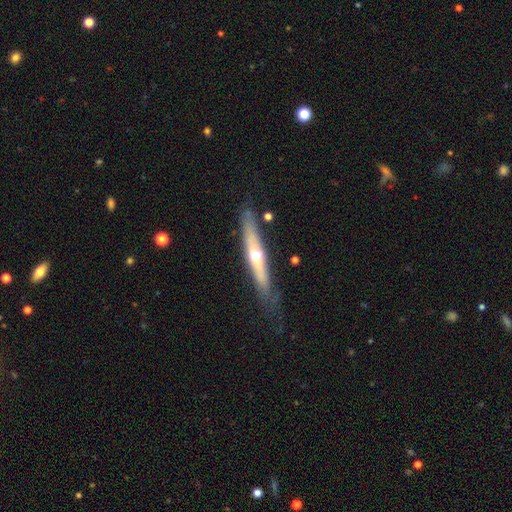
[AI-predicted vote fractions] Smooth or featured? Predicted: featured or disk (p=0.58). Edge-on disk? Predicted: yes (p=0.82). Merging? Predicted: none (p=0.75).